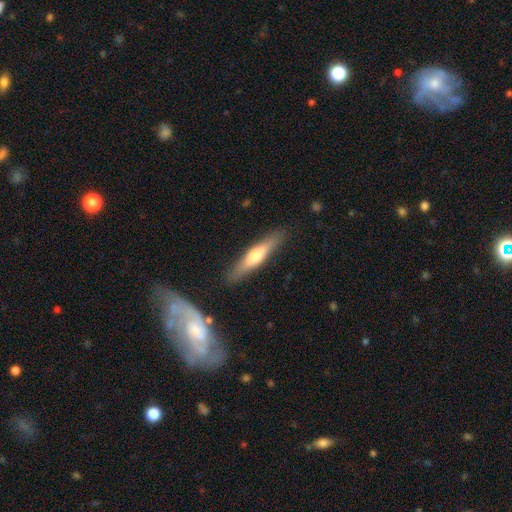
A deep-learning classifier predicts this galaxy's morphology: Smooth or featured? Predicted: smooth (p=0.51). How rounded? Predicted: cigar-shaped (p=0.83). Merging? Predicted: none (p=0.87).